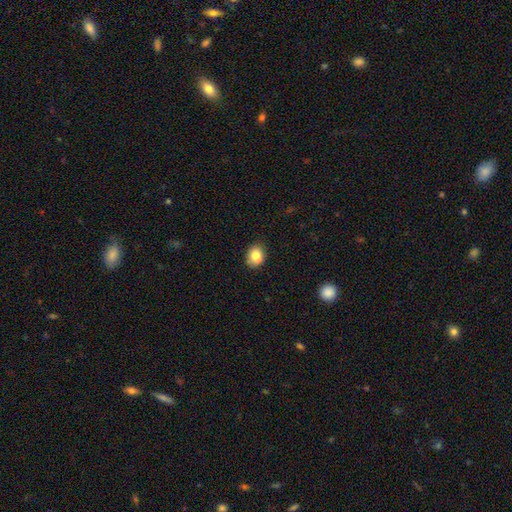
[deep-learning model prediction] Morphology: type=smooth (81%); roundness=round (51%); merging=none (82%).